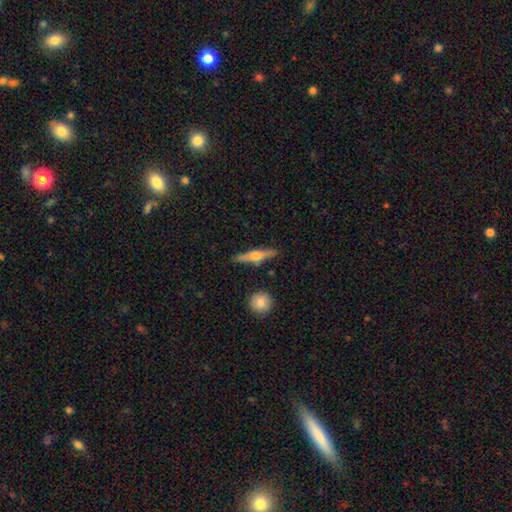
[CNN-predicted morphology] Smooth or featured?
  - featured or disk: 59% *
  - smooth: 35%
  - star or artifact: 6%
Edge-on disk?
  - yes: 95% *
  - no: 5%
Edge-on bulge?
  - rounded: 92% *
  - boxy: 5%
  - none: 3%
Merging?
  - none: 87% *
  - minor disturbance: 9%
  - merger: 3%
  - major disturbance: 2%